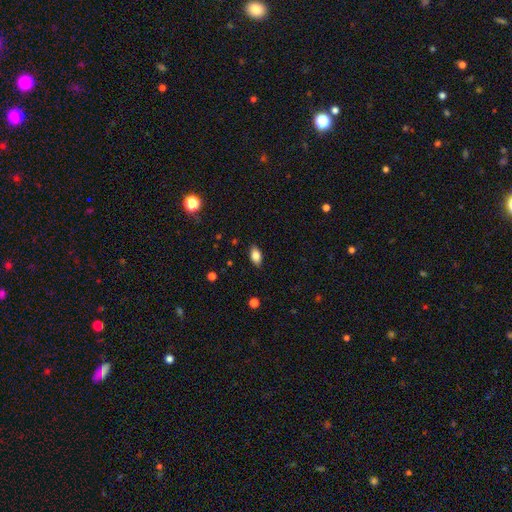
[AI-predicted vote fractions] smooth_or_featured: smooth (p=0.83) [alt: featured or disk p=0.08]
how_rounded: in between (p=0.90) [alt: round p=0.06]
merging: none (p=0.87) [alt: minor disturbance p=0.10]